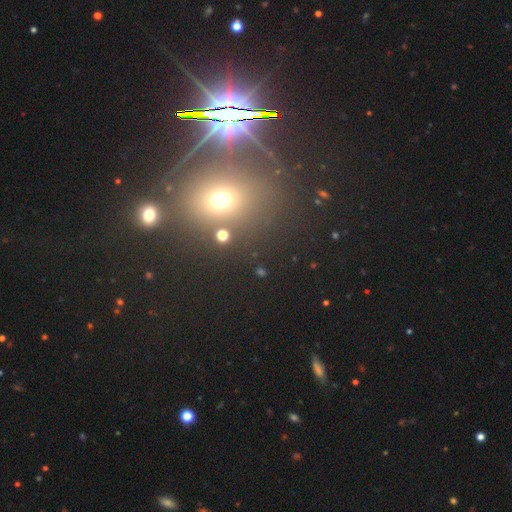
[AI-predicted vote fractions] smooth-or-featured: star or artifact: 55% | smooth: 32% | featured or disk: 13%